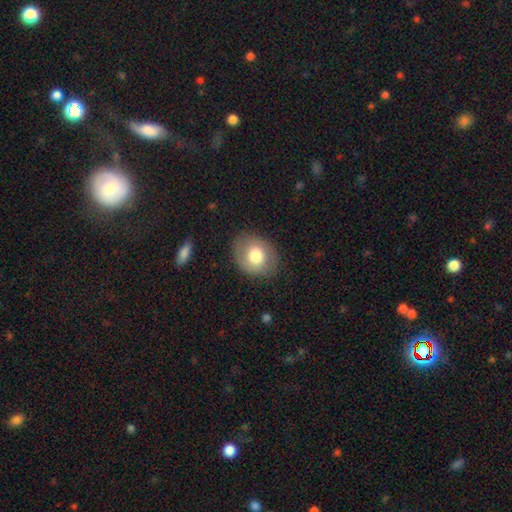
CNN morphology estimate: Smooth or featured?
  - smooth: 73% *
  - featured or disk: 20%
  - star or artifact: 7%
How rounded?
  - round: 55% *
  - in between: 44%
  - cigar-shaped: 1%
Merging?
  - none: 81% *
  - minor disturbance: 13%
  - major disturbance: 5%
  - merger: 1%